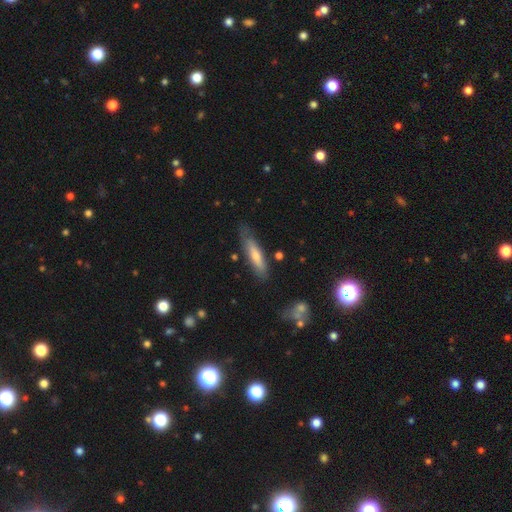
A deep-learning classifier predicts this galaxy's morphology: Smooth or featured? smooth (51%)
How rounded? cigar-shaped (79%)
Merging? none (75%)